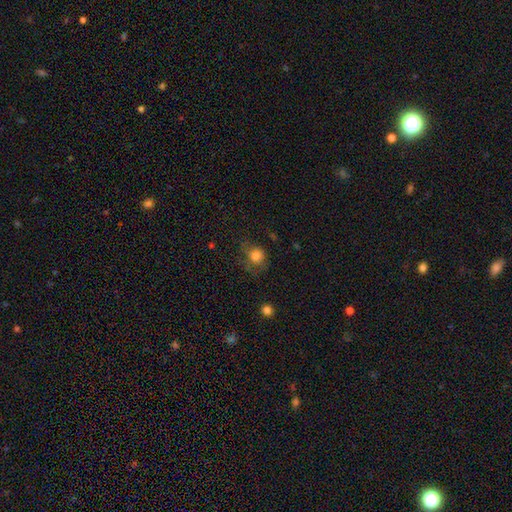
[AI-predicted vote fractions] smooth_or_featured: smooth (p=0.78) [alt: featured or disk p=0.11]
how_rounded: round (p=0.76) [alt: in between p=0.23]
merging: none (p=0.53) [alt: minor disturbance p=0.25]